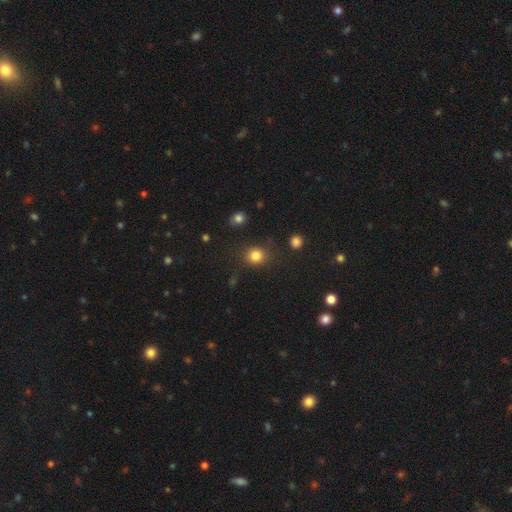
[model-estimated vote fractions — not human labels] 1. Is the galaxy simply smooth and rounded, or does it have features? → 83% smooth, 12% star or artifact, 5% featured or disk.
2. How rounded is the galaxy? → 84% round, 15% in between, 1% cigar-shaped.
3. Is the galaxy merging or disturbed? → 82% none, 10% minor disturbance, 4% major disturbance, 3% merger.